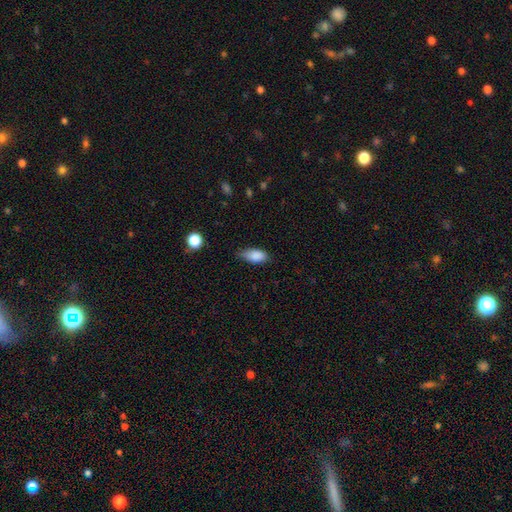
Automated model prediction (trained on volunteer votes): A smooth galaxy with no disk features (86%) that is in between round and cigar-shaped (89%). Merging: none (59%).